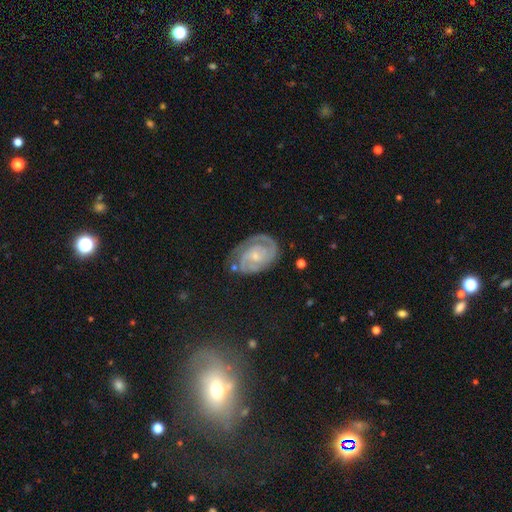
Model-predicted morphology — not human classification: This appears to be a featured or disk galaxy (85%) with no bar (60%), 2 (69%) tight (66%) spiral arms (97%) and a small central bulge (65%). Merging: none (70%).